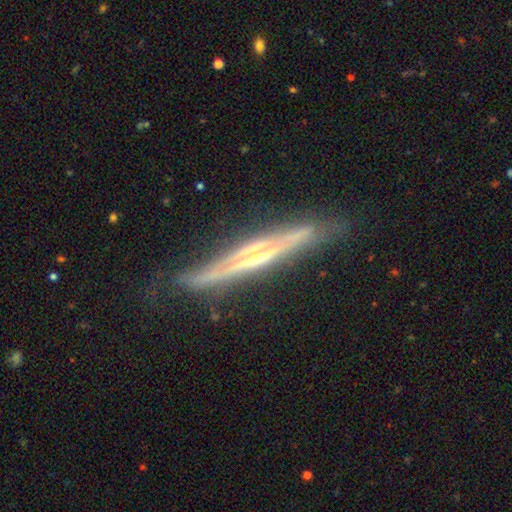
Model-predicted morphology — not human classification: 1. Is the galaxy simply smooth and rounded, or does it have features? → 81% featured or disk, 13% smooth, 6% star or artifact.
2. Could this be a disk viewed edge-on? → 93% yes, 7% no.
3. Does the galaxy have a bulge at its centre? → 63% rounded, 29% none, 9% boxy.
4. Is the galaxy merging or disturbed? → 78% none, 17% minor disturbance, 4% major disturbance, 2% merger.